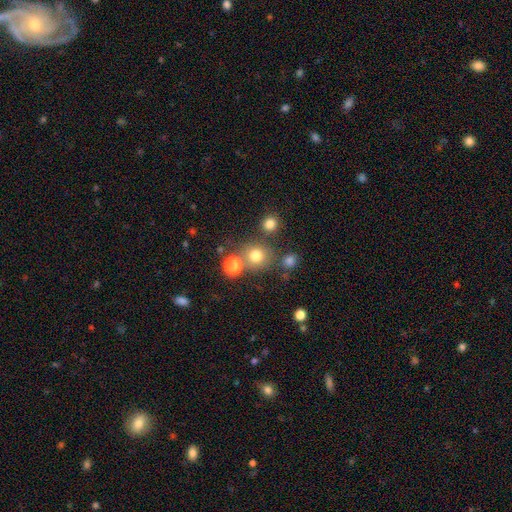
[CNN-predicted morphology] smooth 75%, star or artifact 16%, featured or disk 9%. Down the decision tree: how rounded — round (89%); merging — none (72%).